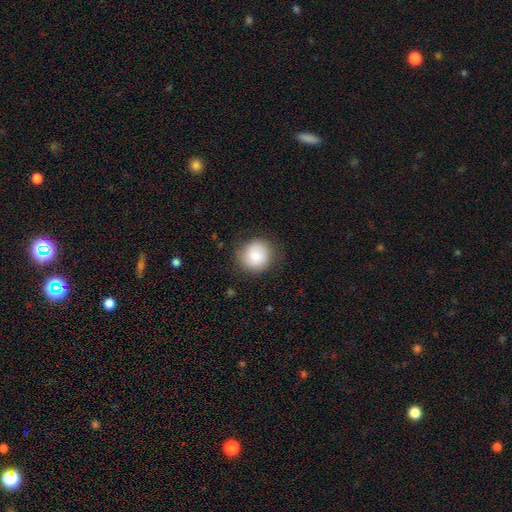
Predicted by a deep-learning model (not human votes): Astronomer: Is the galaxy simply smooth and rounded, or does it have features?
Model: smooth — 79%.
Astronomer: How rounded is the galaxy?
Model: round — 90%.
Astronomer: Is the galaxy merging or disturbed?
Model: none — 81%.